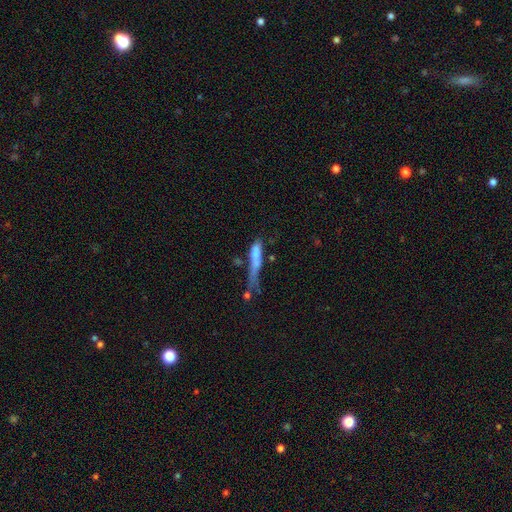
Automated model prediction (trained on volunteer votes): Smooth or featured: smooth — 60% (featured or disk — 30%)
How rounded: cigar-shaped — 74% (in between — 22%)
Merging: major disturbance — 35% (none — 22%)